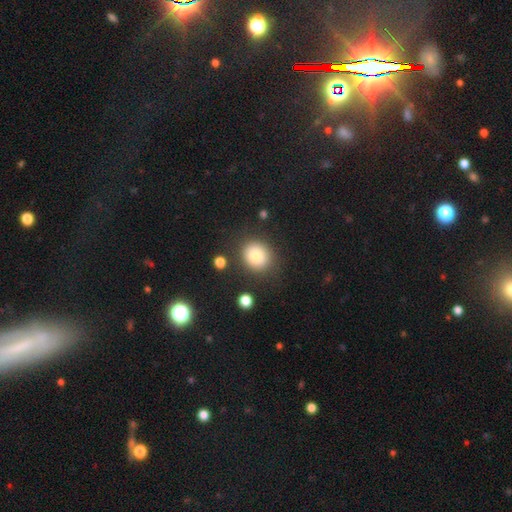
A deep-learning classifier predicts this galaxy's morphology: smooth_or_featured: smooth (p=0.80) [alt: star or artifact p=0.10]
how_rounded: round (p=0.81) [alt: in between p=0.18]
merging: none (p=0.83) [alt: minor disturbance p=0.10]